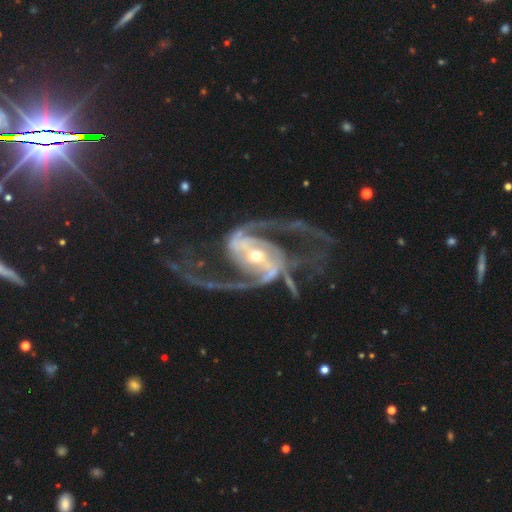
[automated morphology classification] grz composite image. It shows a featured or disk galaxy (94%) with a strong bar (56%), 2 (91%) medium (48%) spiral arms (98%) and a moderate central bulge (48%). Merging: none (62%).